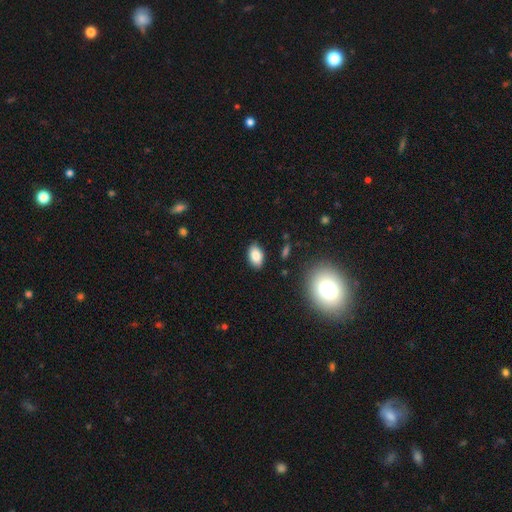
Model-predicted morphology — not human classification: type=smooth (83%); roundness=in between (90%); merging=none (85%).